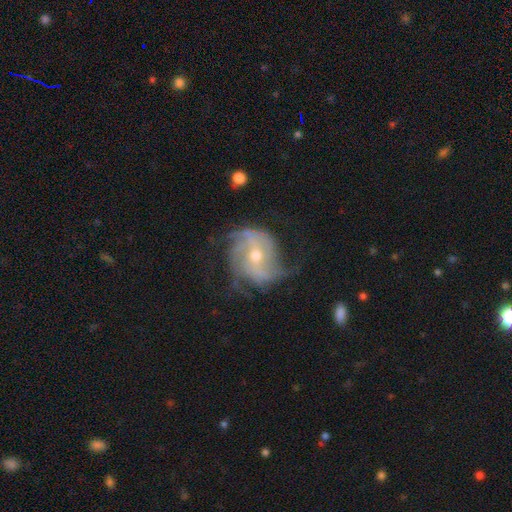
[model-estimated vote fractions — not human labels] This is clearly a featured or disk galaxy (85%). It is clearly not viewed edge-on (97%). Bar: possibly no (48%). Spiral arm pattern: clearly yes (94%). Spiral arm count: marginally 2 (35%). Spiral winding: marginally medium (40%). Central bulge: possibly small (52%). Merging: possibly none (59%).